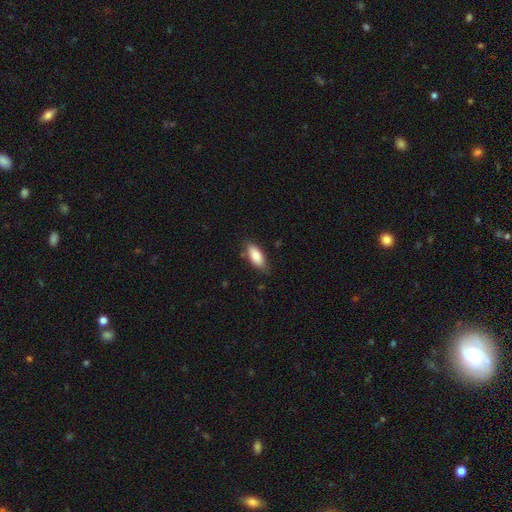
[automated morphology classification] smooth_or_featured: smooth (p=0.82) [alt: featured or disk p=0.12]
how_rounded: in between (p=0.85) [alt: cigar-shaped p=0.12]
merging: none (p=0.79) [alt: minor disturbance p=0.17]